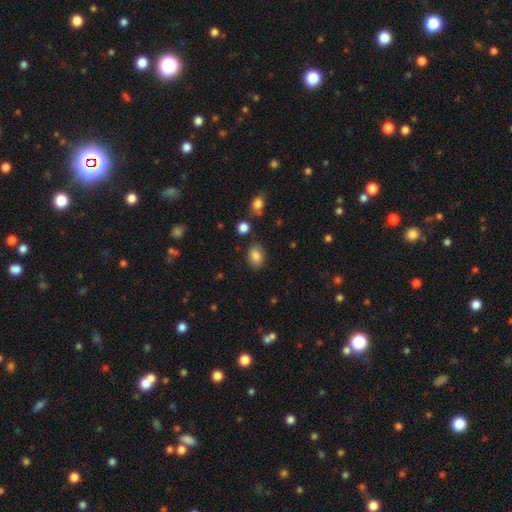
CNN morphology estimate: smooth-or-featured: smooth: 84% | star or artifact: 9% | featured or disk: 7%
  how-rounded: in between: 73% | round: 26% | cigar-shaped: 1%
  merging: none: 81% | minor disturbance: 13% | major disturbance: 3% | merger: 3%